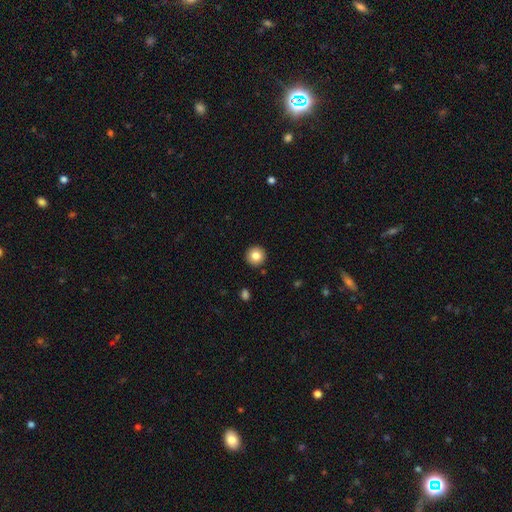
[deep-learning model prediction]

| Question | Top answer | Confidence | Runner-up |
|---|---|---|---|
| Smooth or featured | smooth | 84% | star or artifact (9%) |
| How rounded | round | 95% | in between (4%) |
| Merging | none | 92% | minor disturbance (5%) |